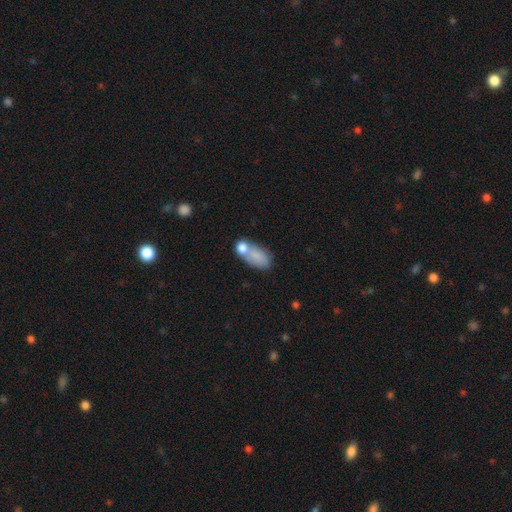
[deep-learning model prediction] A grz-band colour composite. It shows a smooth galaxy with no disk features (76%) that is in between round and cigar-shaped (86%). Merging: merger (43%).